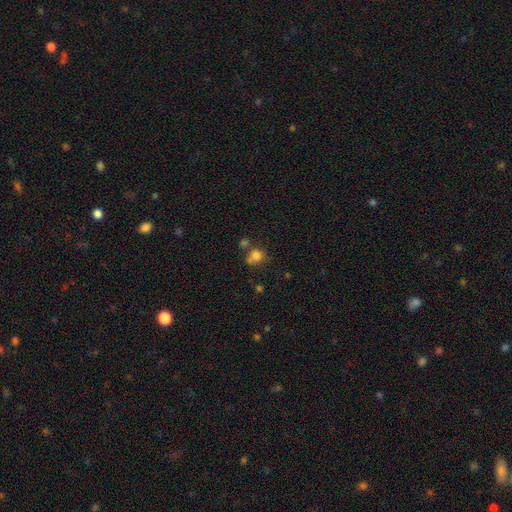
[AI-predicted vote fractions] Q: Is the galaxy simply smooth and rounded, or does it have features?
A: smooth — 76%.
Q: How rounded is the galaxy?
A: round — 74%.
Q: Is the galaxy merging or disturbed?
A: none — 49%.